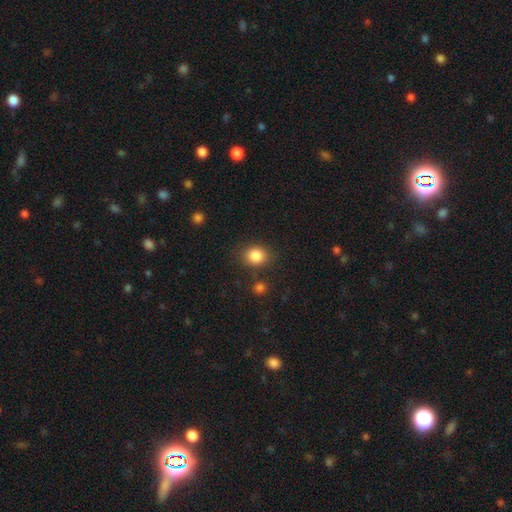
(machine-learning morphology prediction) This is clearly a smooth galaxy (85%). How rounded: likely round (64%). Merging: likely none (79%).